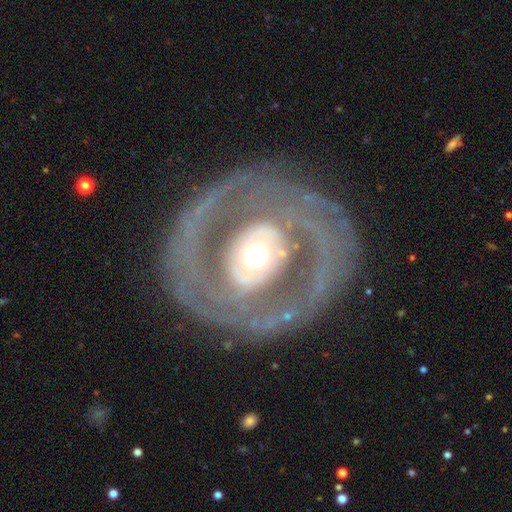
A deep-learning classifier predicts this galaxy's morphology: Smooth or featured: featured or disk — 82% (smooth — 12%)
Edge-on disk: no — 95% (yes — 5%)
Bar: no — 65% (weak — 20%)
Spiral arms: yes — 70% (no — 30%)
Spiral winding: tight — 43% (medium — 37%)
Spiral arm count: 2 — 63% (can't tell — 16%)
Bulge size: moderate — 55% (large — 30%)
Merging: none — 76% (major disturbance — 12%)